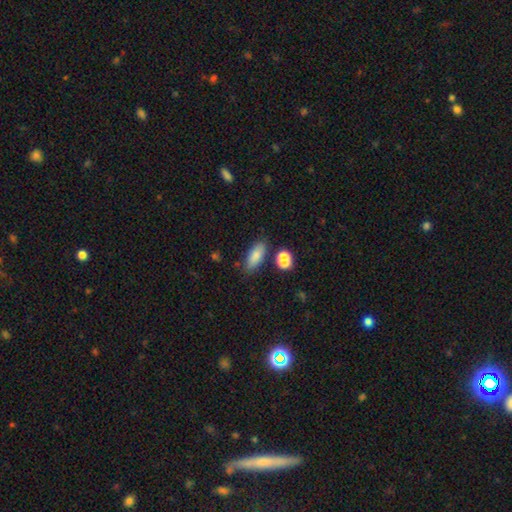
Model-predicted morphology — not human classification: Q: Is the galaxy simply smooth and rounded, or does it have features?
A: smooth — 82%.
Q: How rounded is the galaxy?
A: in between — 74%.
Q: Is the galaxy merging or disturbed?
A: none — 76%.